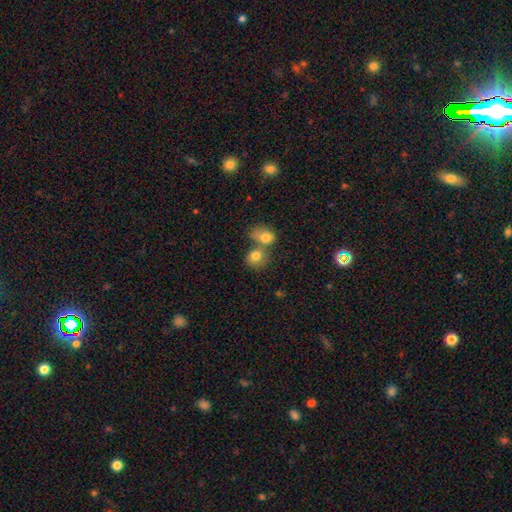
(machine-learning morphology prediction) Q: Smooth or featured?
A: smooth (79%); runner-up: featured or disk (11%)
Q: How rounded?
A: round (65%); runner-up: in between (34%)
Q: Merging?
A: merger (56%); runner-up: none (32%)